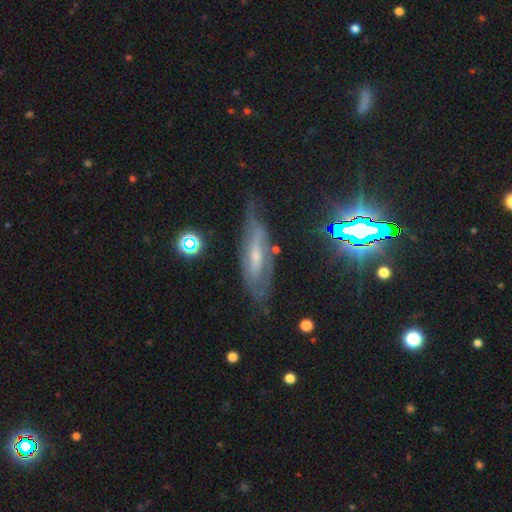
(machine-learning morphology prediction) featured or disk 63%, smooth 23%, star or artifact 15%. Down the decision tree: edge-on disk — no (63%); merging — none (61%).